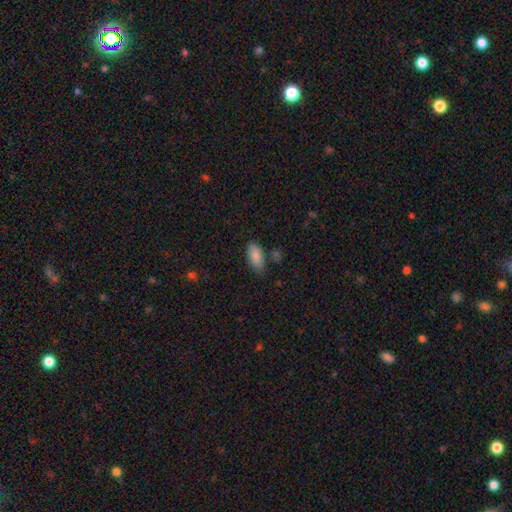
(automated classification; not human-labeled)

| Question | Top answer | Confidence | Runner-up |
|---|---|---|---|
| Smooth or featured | smooth | 86% | featured or disk (7%) |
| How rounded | in between | 91% | cigar-shaped (7%) |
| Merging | none | 74% | minor disturbance (18%) |